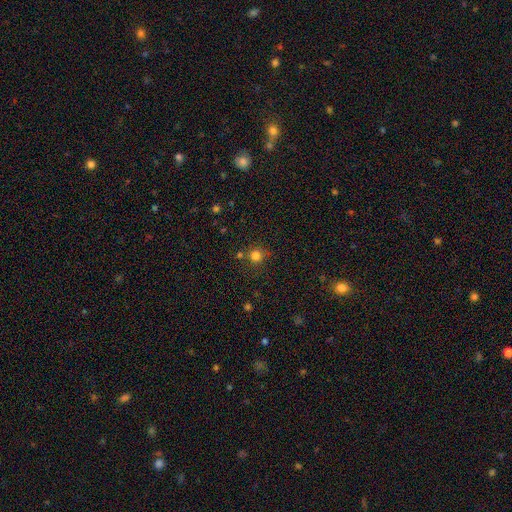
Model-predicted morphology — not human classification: Q: Smooth or featured?
A: smooth (79%); runner-up: star or artifact (15%)
Q: How rounded?
A: round (91%); runner-up: in between (8%)
Q: Merging?
A: none (74%); runner-up: minor disturbance (11%)